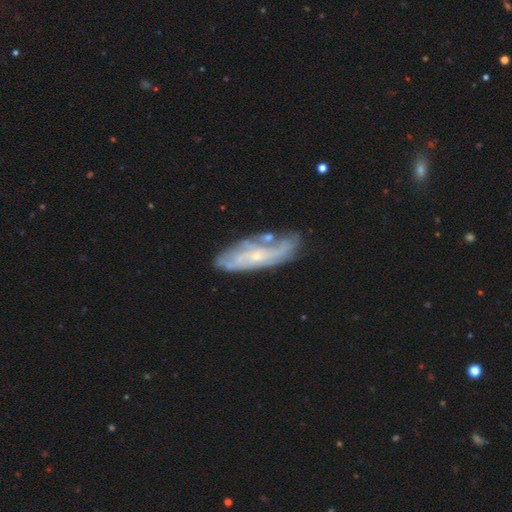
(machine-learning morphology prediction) Smooth or featured? Predicted: featured or disk (p=0.73). Edge-on disk? Predicted: no (p=0.80). Bar? Predicted: no (p=0.70). Spiral arms? Predicted: yes (p=0.74). Bulge size? Predicted: small (p=0.79). Merging? Predicted: none (p=0.60).